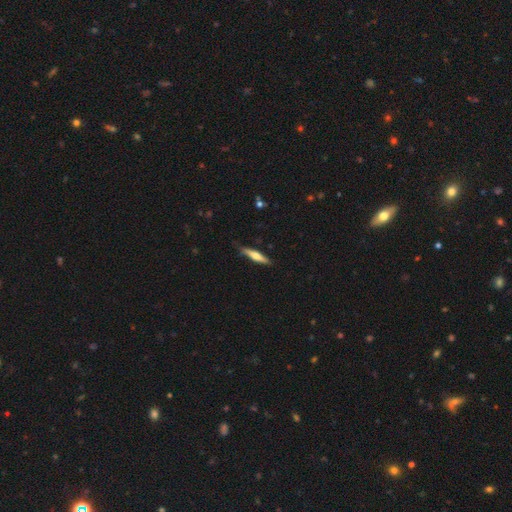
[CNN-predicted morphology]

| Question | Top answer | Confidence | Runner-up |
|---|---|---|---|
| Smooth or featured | smooth | 52% | featured or disk (43%) |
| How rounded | cigar-shaped | 85% | in between (13%) |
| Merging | none | 82% | minor disturbance (14%) |